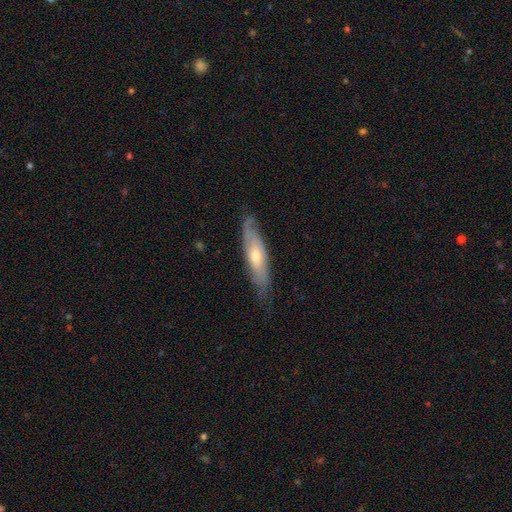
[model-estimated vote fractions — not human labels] smooth_or_featured: featured or disk (p=0.61) [alt: smooth p=0.32]
disk_edge_on: no (p=0.51) [alt: yes p=0.49]
merging: none (p=0.74) [alt: minor disturbance p=0.20]